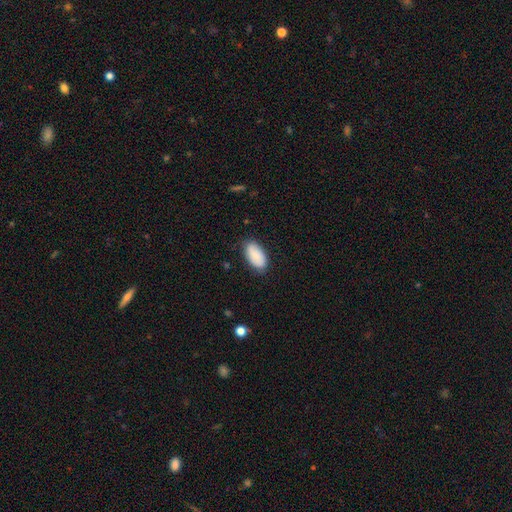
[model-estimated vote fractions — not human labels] smooth_or_featured: smooth (p=0.88) [alt: featured or disk p=0.06]
how_rounded: in between (p=0.94) [alt: cigar-shaped p=0.03]
merging: none (p=0.81) [alt: minor disturbance p=0.15]